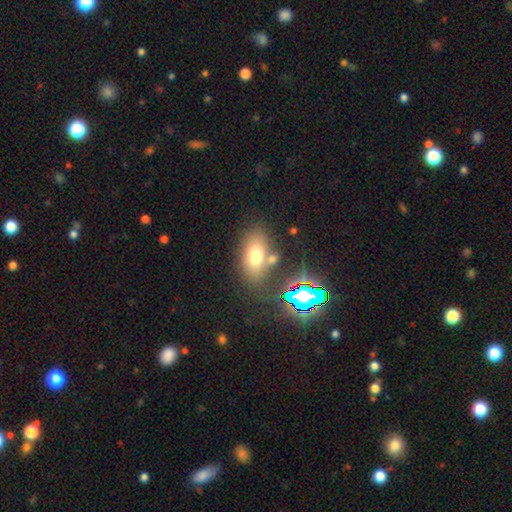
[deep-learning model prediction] Morphology: type=smooth (67%); roundness=in between (85%); merging=none (68%).